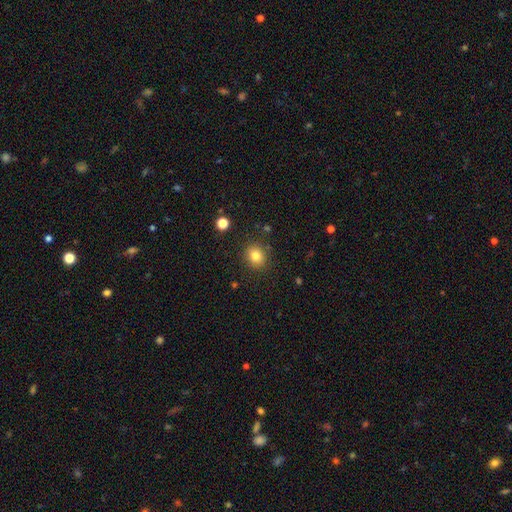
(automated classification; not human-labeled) The model was most divided on "how rounded": round: 75%, in between: 24%, cigar-shaped: 1%. More confident: merging — none (87%); smooth or featured — smooth (81%).